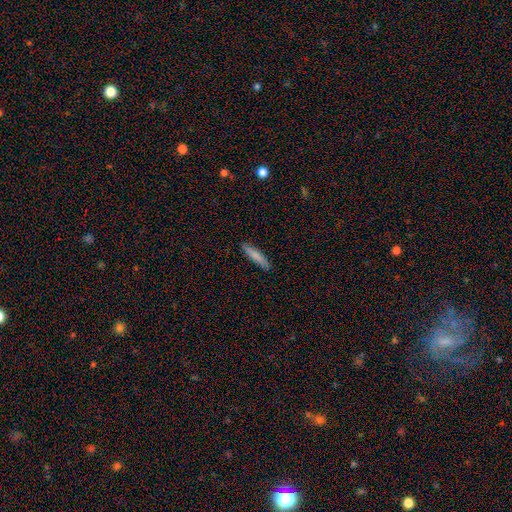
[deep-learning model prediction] Smooth or featured?
  - smooth: 80% *
  - featured or disk: 14%
  - star or artifact: 6%
How rounded?
  - cigar-shaped: 87% *
  - in between: 12%
  - round: 1%
Merging?
  - none: 87% *
  - minor disturbance: 10%
  - major disturbance: 2%
  - merger: 1%